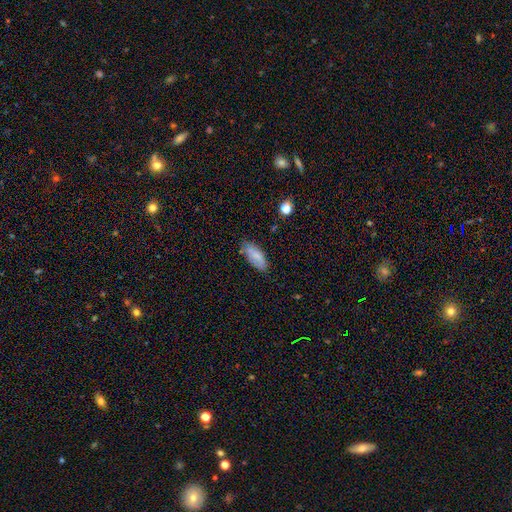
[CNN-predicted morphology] This is likely a smooth galaxy (79%). How rounded: clearly in between (80%). Merging: likely none (76%).